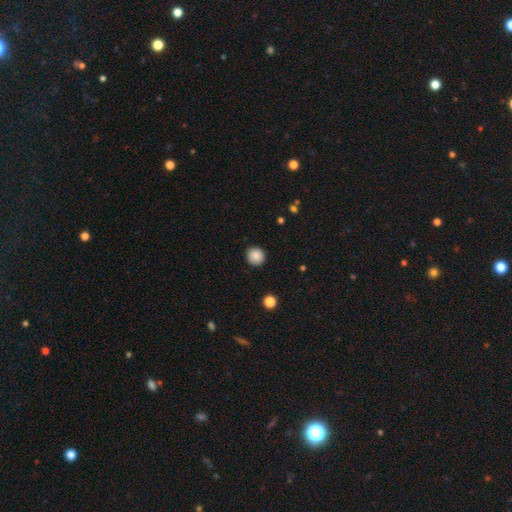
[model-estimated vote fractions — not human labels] smooth_or_featured: smooth (p=0.88) [alt: star or artifact p=0.09]
how_rounded: round (p=0.90) [alt: in between p=0.09]
merging: none (p=0.90) [alt: minor disturbance p=0.07]